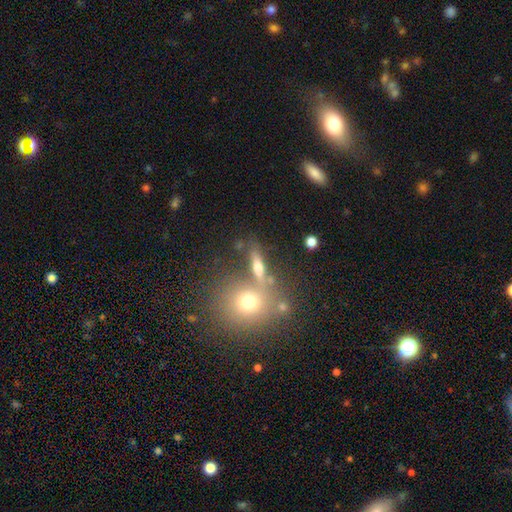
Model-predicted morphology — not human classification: smooth 54%, featured or disk 30%, star or artifact 16%. Down the decision tree: how rounded — in between (37%); merging — none (63%).